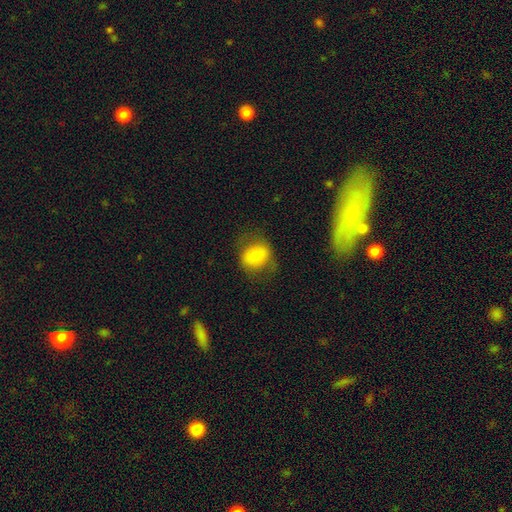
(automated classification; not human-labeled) smooth-or-featured: smooth: 68% | featured or disk: 23% | star or artifact: 9%
  how-rounded: round: 57% | in between: 42% | cigar-shaped: 1%
  merging: none: 68% | minor disturbance: 19% | major disturbance: 11% | merger: 1%